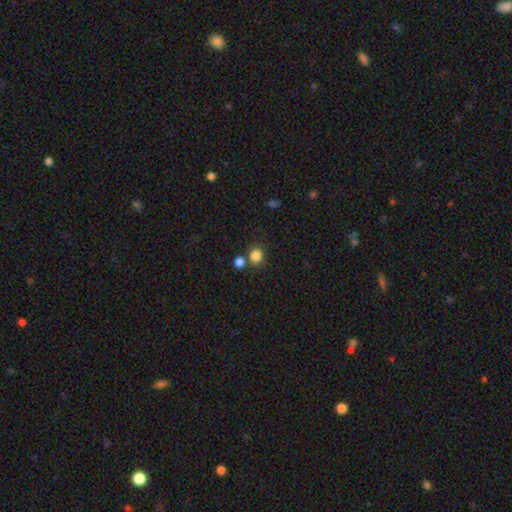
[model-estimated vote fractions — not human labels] smooth_or_featured: smooth (p=0.83) [alt: star or artifact p=0.12]
how_rounded: round (p=0.85) [alt: in between p=0.14]
merging: none (p=0.71) [alt: merger p=0.17]